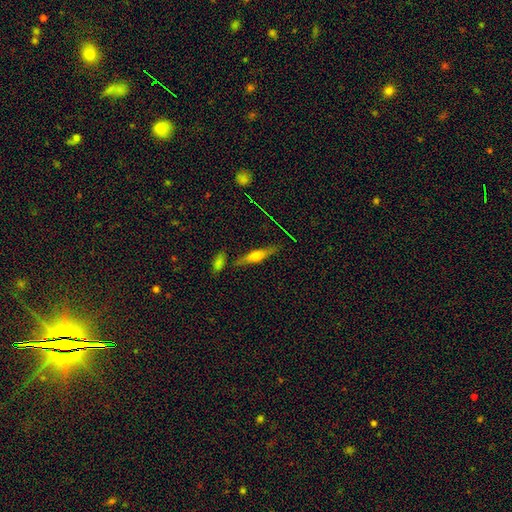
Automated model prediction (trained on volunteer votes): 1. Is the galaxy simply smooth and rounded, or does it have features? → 54% featured or disk, 36% smooth, 10% star or artifact.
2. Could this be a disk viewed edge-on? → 93% yes, 7% no.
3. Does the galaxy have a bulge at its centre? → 89% rounded, 7% boxy, 4% none.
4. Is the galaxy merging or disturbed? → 79% none, 11% minor disturbance, 6% merger, 3% major disturbance.